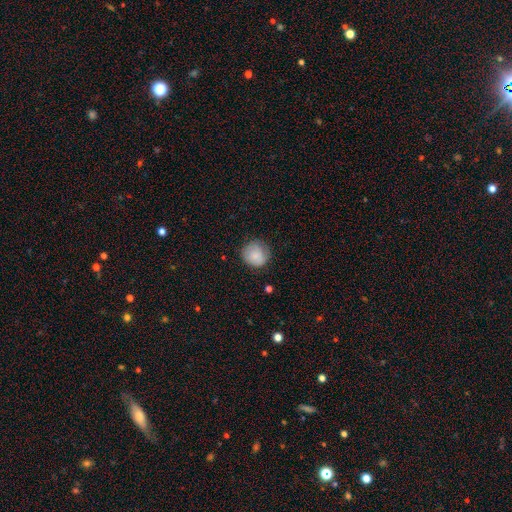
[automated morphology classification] smooth_or_featured: smooth (p=0.81) [alt: featured or disk p=0.12]
how_rounded: round (p=0.90) [alt: in between p=0.09]
merging: none (p=0.74) [alt: minor disturbance p=0.20]